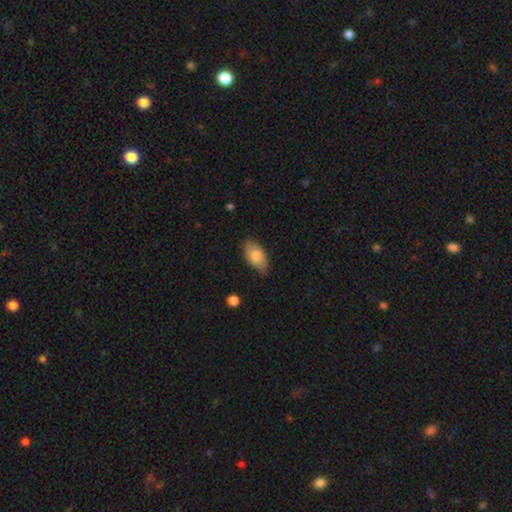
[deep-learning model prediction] The model was most divided on "merging": none: 78%, minor disturbance: 18%, major disturbance: 3%, merger: 1%. More confident: how rounded — in between (94%); smooth or featured — smooth (80%).